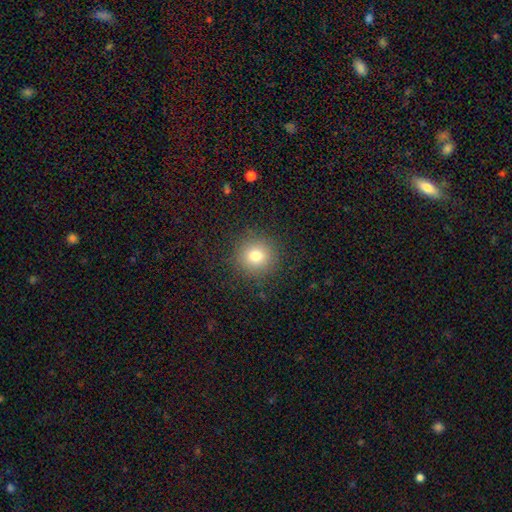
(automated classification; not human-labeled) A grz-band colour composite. It shows a smooth galaxy with no disk features (78%) that is round (92%). Merging: none (89%).